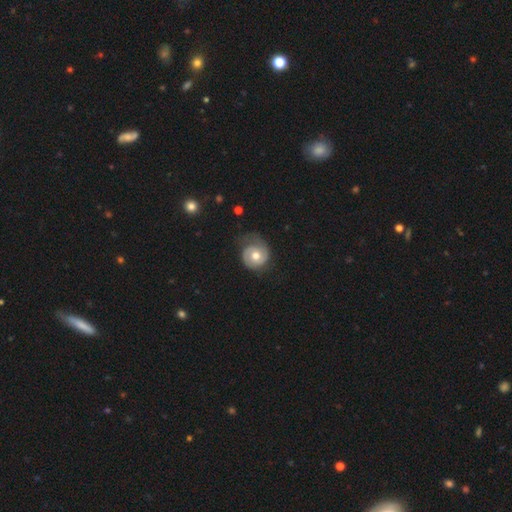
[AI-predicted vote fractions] Overall: featured or disk (71%). Edge-on disk: no (98%). Bar: no (74%). Spiral arms: yes (91%). Spiral arm count: 2 (70%). Spiral winding: tight (53%; medium 34%). Bulge size: moderate (77%). Merging: none (61%; minor disturbance 25%).